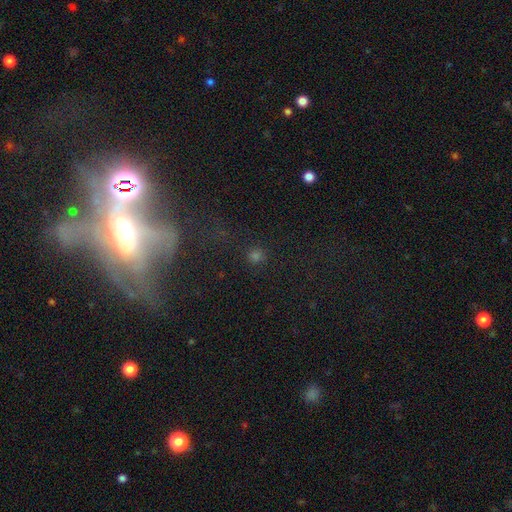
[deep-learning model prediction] This appears to be a smooth galaxy with no disk features (61%) that is round (90%). Merging: none (85%).